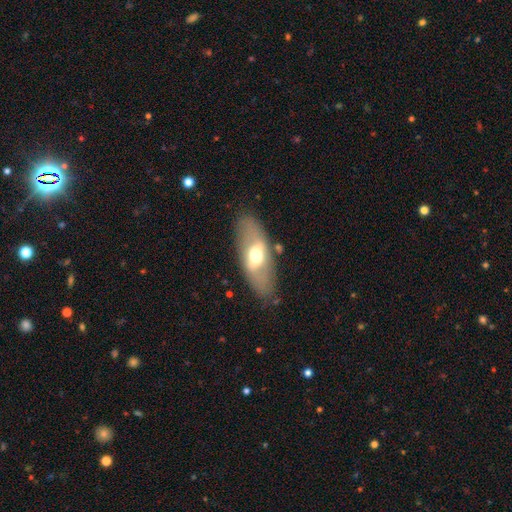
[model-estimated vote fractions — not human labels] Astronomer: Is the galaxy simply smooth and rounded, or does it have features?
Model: smooth — 47% (runner-up: featured or disk, 46%).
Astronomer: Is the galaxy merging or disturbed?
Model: none — 79%.